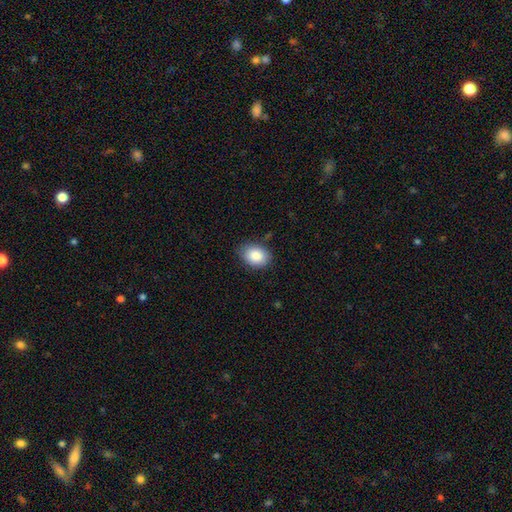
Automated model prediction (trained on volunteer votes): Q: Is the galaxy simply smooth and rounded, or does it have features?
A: smooth — 86%.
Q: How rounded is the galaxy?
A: in between — 69%.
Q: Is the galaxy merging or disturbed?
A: none — 80%.